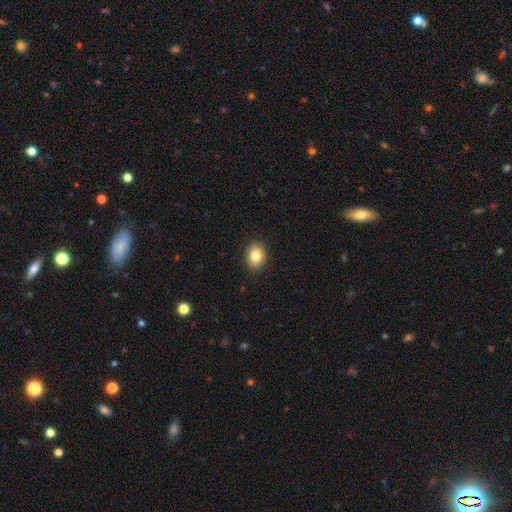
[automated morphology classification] smooth_or_featured: smooth (p=0.83) [alt: star or artifact p=0.09]
how_rounded: in between (p=0.61) [alt: round p=0.38]
merging: none (p=0.90) [alt: minor disturbance p=0.07]